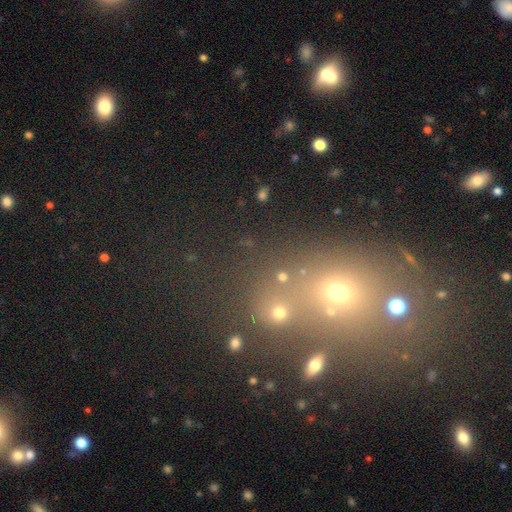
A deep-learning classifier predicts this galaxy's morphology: The model was most divided on "smooth or featured": star or artifact: 47%, smooth: 39%, featured or disk: 14%.